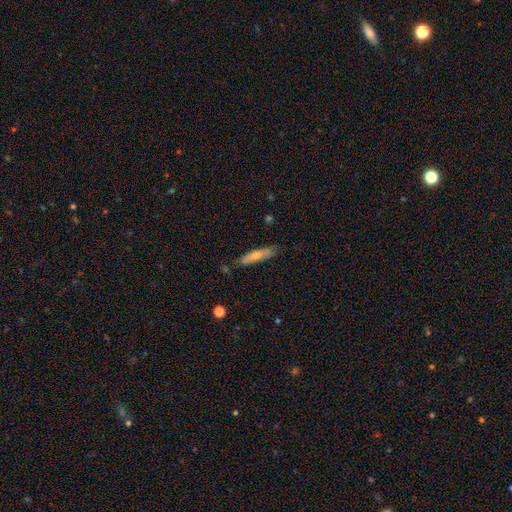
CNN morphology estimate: The model was most divided on "smooth or featured": smooth: 64%, featured or disk: 30%, star or artifact: 6%. More confident: how rounded — cigar-shaped (77%); merging — none (75%).